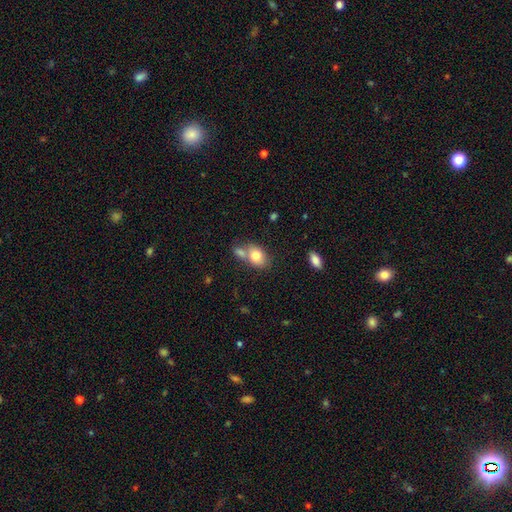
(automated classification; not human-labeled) Morphology: type=smooth (77%); roundness=in between (73%); merging=merger (42%).